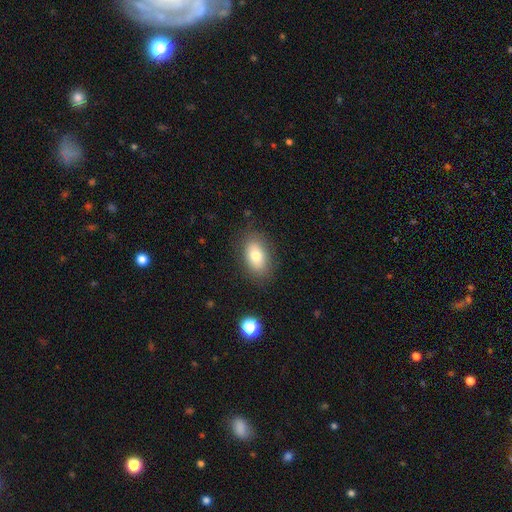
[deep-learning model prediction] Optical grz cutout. It shows a smooth galaxy with no disk features (77%) that is in between round and cigar-shaped (89%). Merging: none (82%).